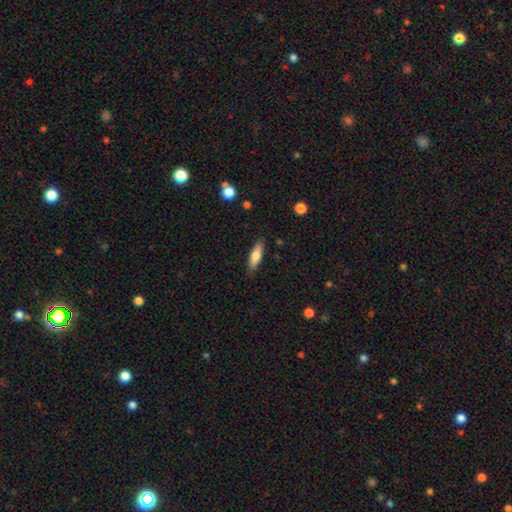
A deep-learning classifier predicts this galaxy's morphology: This is likely a smooth galaxy (71%). How rounded: possibly cigar-shaped (56%). Merging: clearly none (85%).